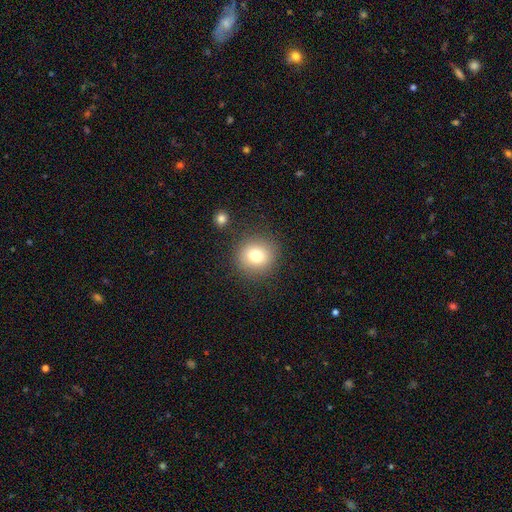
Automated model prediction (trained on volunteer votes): Q: Smooth or featured?
A: smooth (78%); runner-up: star or artifact (11%)
Q: How rounded?
A: round (90%); runner-up: in between (9%)
Q: Merging?
A: none (85%); runner-up: minor disturbance (8%)